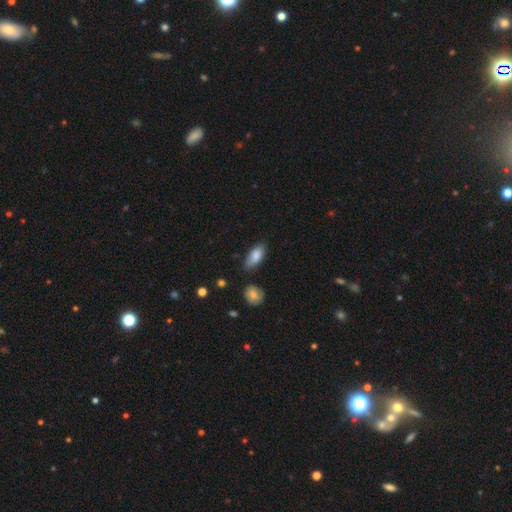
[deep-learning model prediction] A smooth galaxy with no disk features (86%) that is in between round and cigar-shaped (86%). Merging: none (73%).